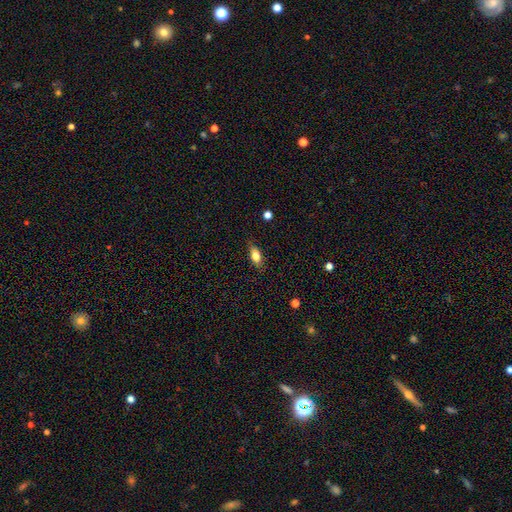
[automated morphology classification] Q: Smooth or featured?
A: smooth (77%); runner-up: featured or disk (15%)
Q: How rounded?
A: in between (81%); runner-up: cigar-shaped (13%)
Q: Merging?
A: none (81%); runner-up: minor disturbance (15%)